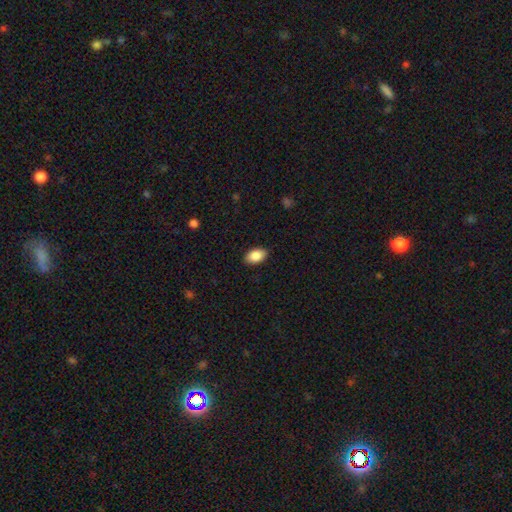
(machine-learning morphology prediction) type=smooth (88%); roundness=in between (92%); merging=none (88%).